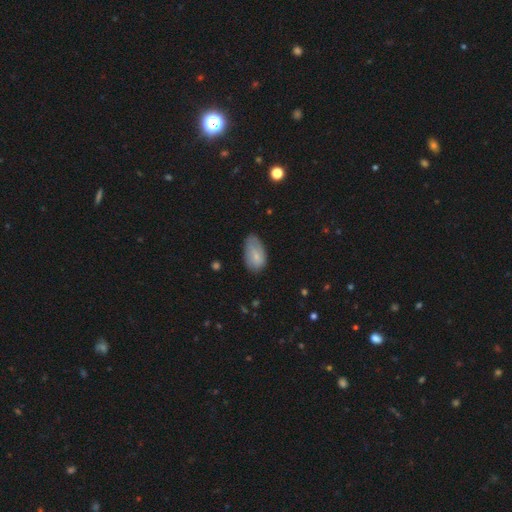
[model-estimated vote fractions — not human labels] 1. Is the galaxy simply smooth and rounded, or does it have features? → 70% smooth, 23% featured or disk, 7% star or artifact.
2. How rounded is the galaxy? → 92% in between, 5% round, 2% cigar-shaped.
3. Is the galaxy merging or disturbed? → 54% none, 35% minor disturbance, 10% major disturbance, 2% merger.